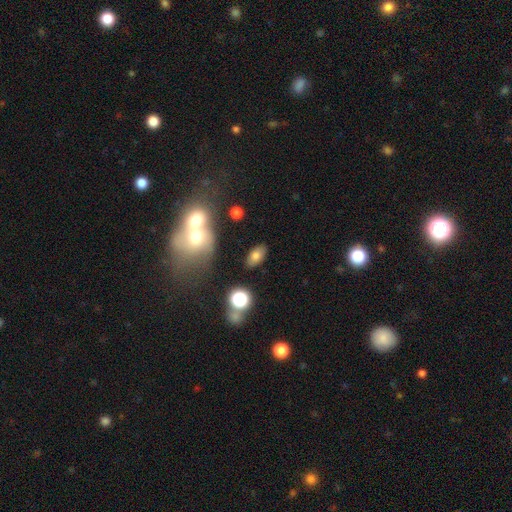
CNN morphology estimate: smooth_or_featured: smooth (p=0.74) [alt: featured or disk p=0.15]
how_rounded: in between (p=0.90) [alt: round p=0.07]
merging: none (p=0.81) [alt: minor disturbance p=0.10]